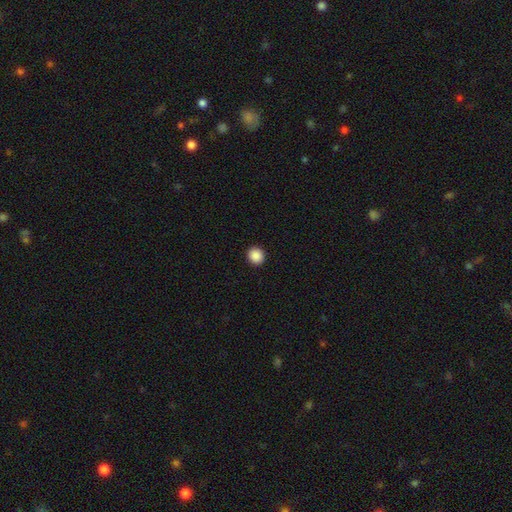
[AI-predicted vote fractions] This appears to be a smooth galaxy with no disk features (89%) that is round (90%). Merging: none (93%).